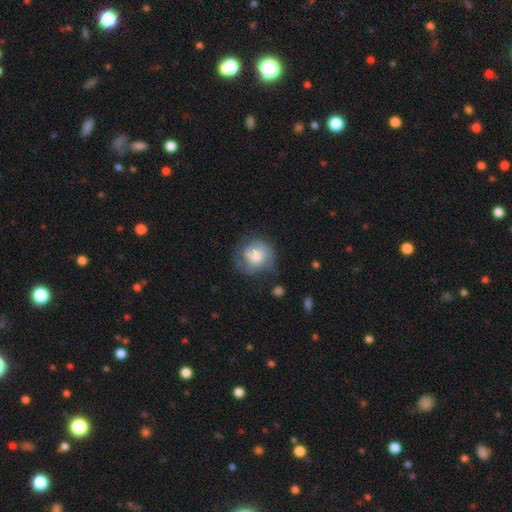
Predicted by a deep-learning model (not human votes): Smooth or featured: smooth — 50% (featured or disk — 43%)
Merging: none — 57% (minor disturbance — 26%)